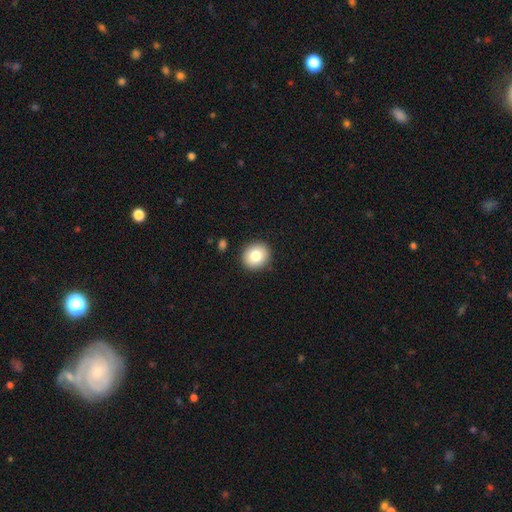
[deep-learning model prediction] Smooth or featured? smooth (81%)
How rounded? round (84%)
Merging? none (90%)